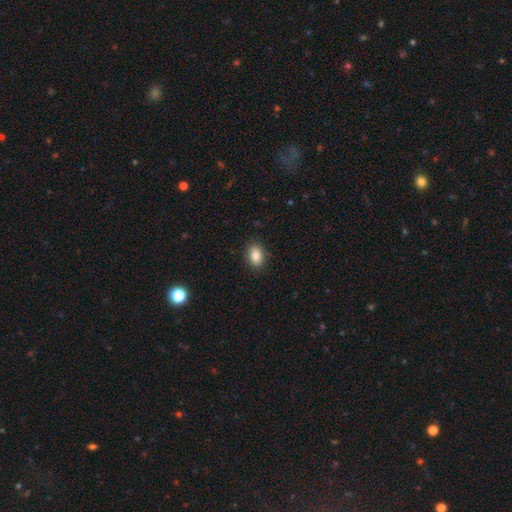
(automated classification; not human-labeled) smooth 84%, star or artifact 9%, featured or disk 8%. Down the decision tree: how rounded — in between (82%); merging — none (87%).